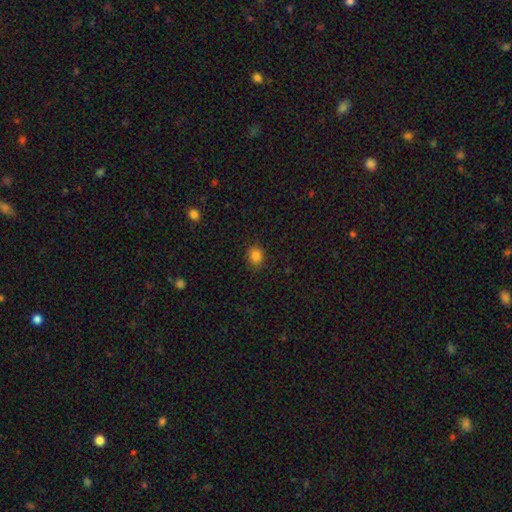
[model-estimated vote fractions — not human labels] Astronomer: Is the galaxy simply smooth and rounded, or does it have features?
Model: smooth — 84%.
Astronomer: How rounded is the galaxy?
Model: round — 59% (runner-up: in between, 40%).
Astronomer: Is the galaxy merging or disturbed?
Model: none — 86%.